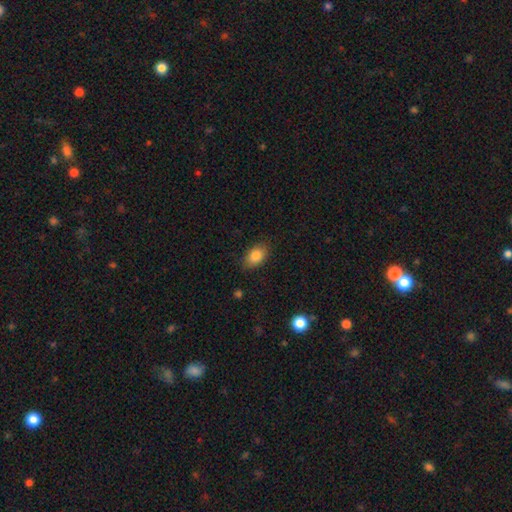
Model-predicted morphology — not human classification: Smooth or featured?
  - smooth: 85% *
  - star or artifact: 8%
  - featured or disk: 7%
How rounded?
  - in between: 85% *
  - round: 13%
  - cigar-shaped: 2%
Merging?
  - none: 83% *
  - minor disturbance: 13%
  - major disturbance: 3%
  - merger: 1%